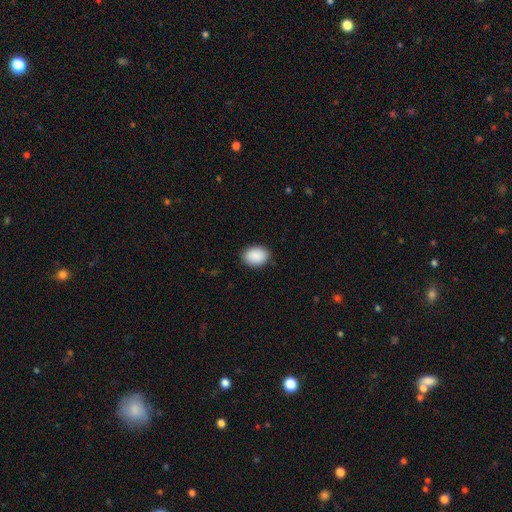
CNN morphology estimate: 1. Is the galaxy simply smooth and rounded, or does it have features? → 91% smooth, 6% star or artifact, 3% featured or disk.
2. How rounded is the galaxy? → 76% in between, 23% round, 1% cigar-shaped.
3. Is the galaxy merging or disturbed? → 89% none, 9% minor disturbance, 2% major disturbance, 1% merger.